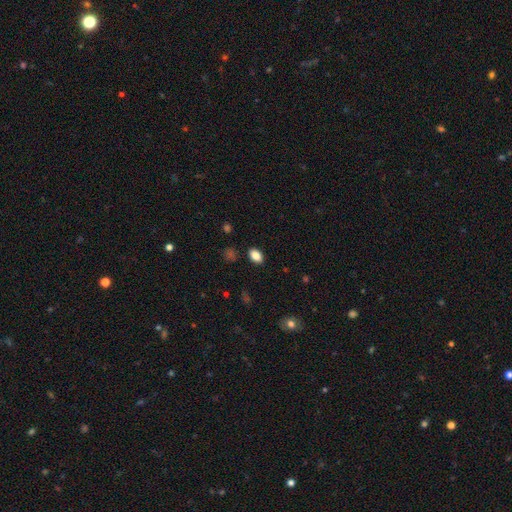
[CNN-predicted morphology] smooth 85%, star or artifact 10%, featured or disk 5%. Down the decision tree: how rounded — in between (85%); merging — none (87%).